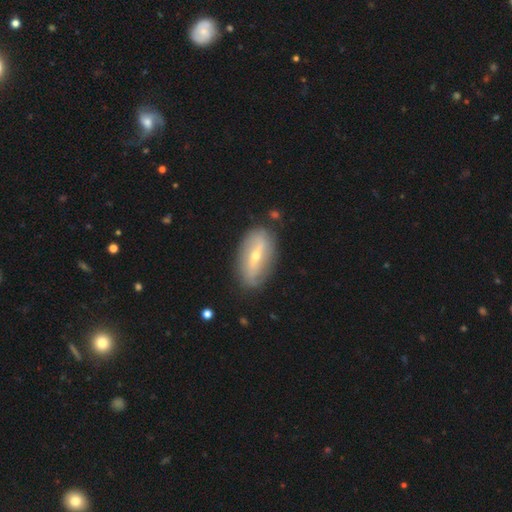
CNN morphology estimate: Smooth or featured? Predicted: featured or disk (p=0.69). Edge-on disk? Predicted: no (p=0.85). Bar? Predicted: strong (p=0.45). Spiral arms? Predicted: yes (p=0.63). Bulge size? Predicted: small (p=0.55). Merging? Predicted: none (p=0.81).